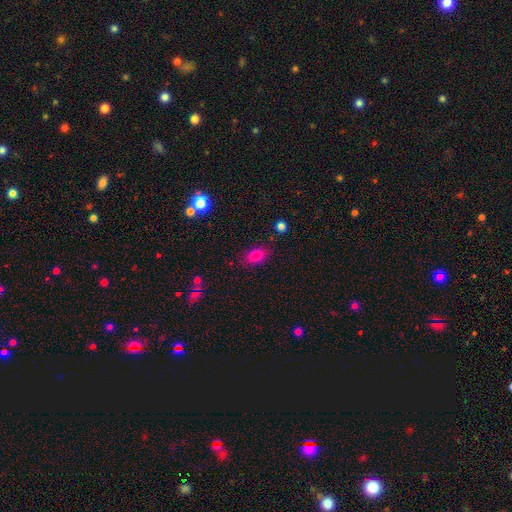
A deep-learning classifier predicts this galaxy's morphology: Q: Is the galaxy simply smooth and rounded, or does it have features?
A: smooth — 78%.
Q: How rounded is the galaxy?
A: in between — 80%.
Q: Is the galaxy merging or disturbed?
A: none — 84%.